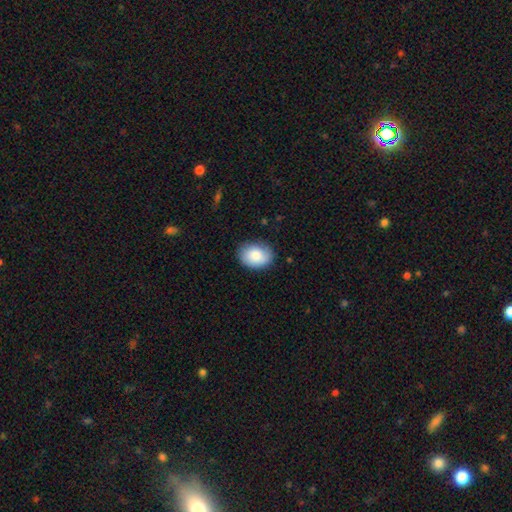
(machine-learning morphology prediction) Overall: smooth (82%). How rounded: in between (65%; round 34%). Merging: none (80%).